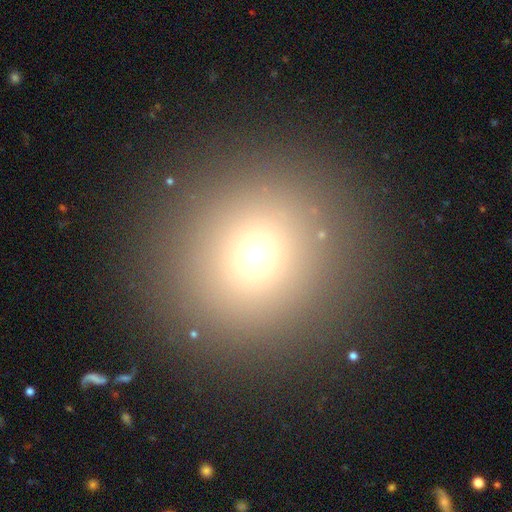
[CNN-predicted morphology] type=smooth (68%); roundness=round (92%); merging=none (89%).